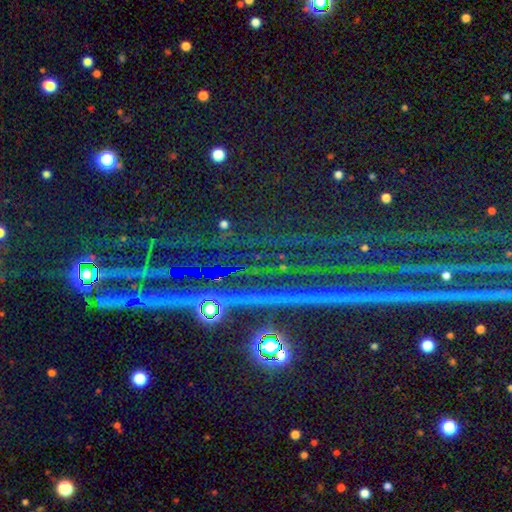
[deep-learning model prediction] star or artifact 86%, featured or disk 8%, smooth 6%.